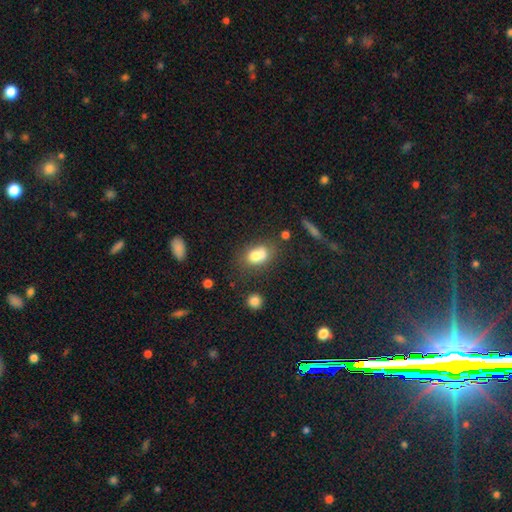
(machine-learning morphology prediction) The model was most divided on "merging": none: 41%, merger: 30%, minor disturbance: 20%, major disturbance: 9%. More confident: smooth or featured — smooth (74%); how rounded — in between (72%).